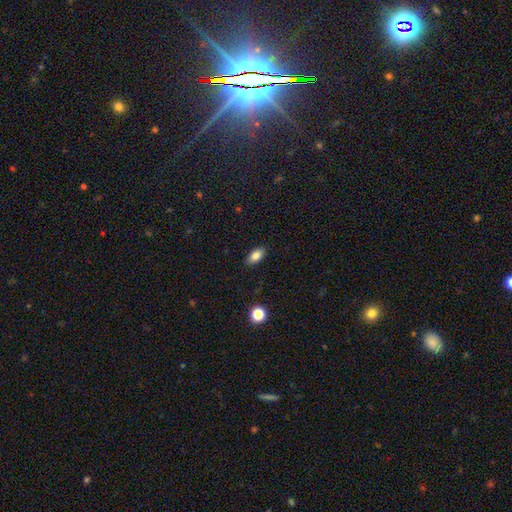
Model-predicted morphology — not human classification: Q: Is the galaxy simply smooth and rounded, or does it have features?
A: smooth — 81%.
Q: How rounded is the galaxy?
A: in between — 90%.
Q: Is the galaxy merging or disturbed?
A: none — 88%.